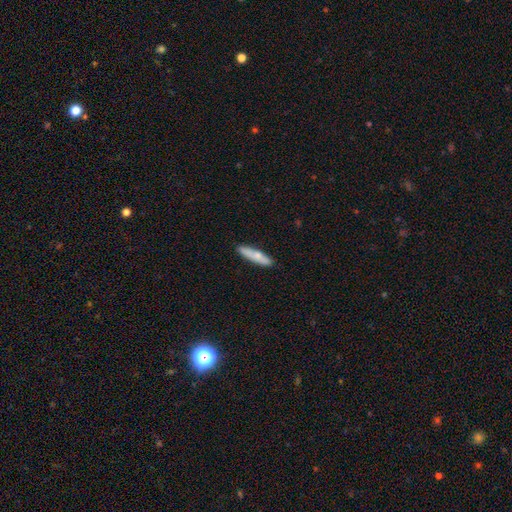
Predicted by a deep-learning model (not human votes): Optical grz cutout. It shows a smooth galaxy with no disk features (70%) that is cigar-shaped (82%). Merging: none (87%).